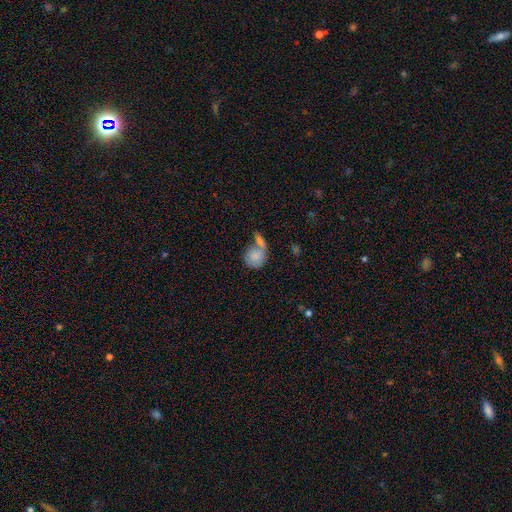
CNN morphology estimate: This appears to be a smooth galaxy with no disk features (80%) that is round (66%). Merging: merger (52%).